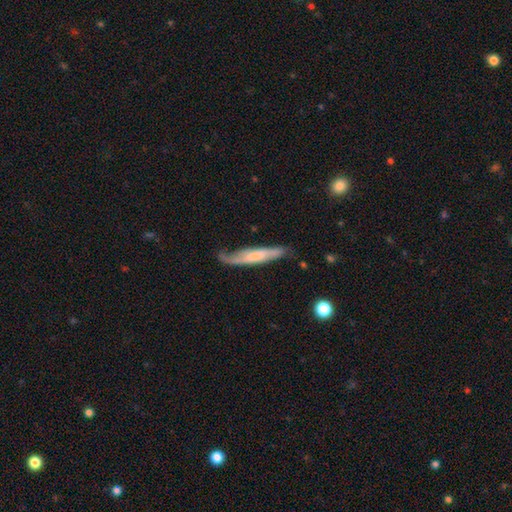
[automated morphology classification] Overall: featured or disk (51%; smooth 43%). Edge-on disk: yes (60%; no 40%). Merging: none (57%; minor disturbance 29%).